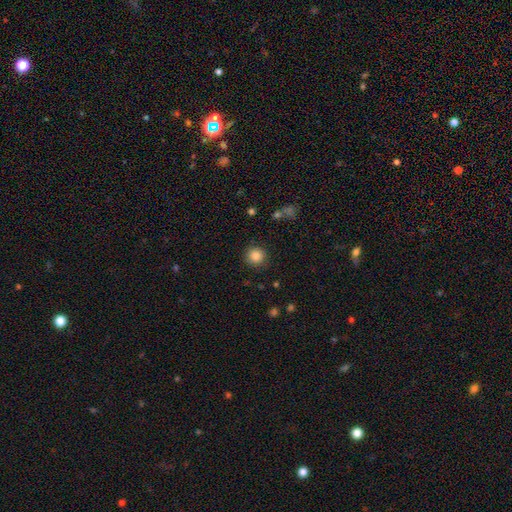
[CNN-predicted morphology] Smooth or featured? Predicted: smooth (p=0.85). How rounded? Predicted: round (p=0.93). Merging? Predicted: none (p=0.89).